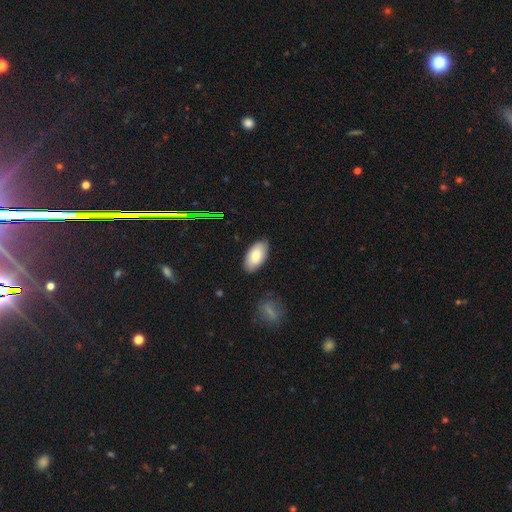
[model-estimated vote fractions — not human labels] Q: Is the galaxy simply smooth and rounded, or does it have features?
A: smooth — 77%.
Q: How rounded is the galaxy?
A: in between — 95%.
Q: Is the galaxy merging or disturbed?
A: none — 85%.